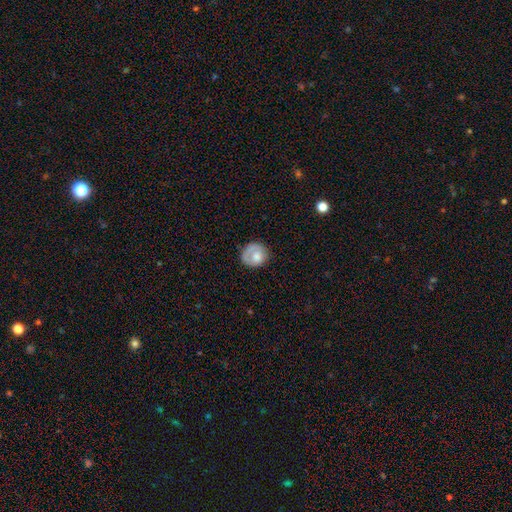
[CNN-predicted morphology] Smooth or featured? Predicted: smooth (p=0.68). How rounded? Predicted: round (p=0.79). Merging? Predicted: none (p=0.64).